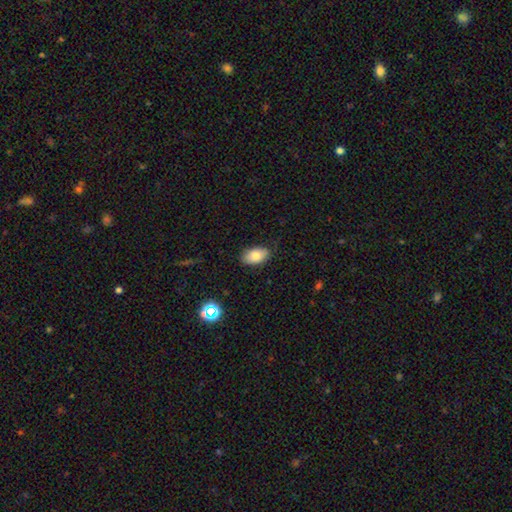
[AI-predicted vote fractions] smooth-or-featured: smooth: 81% | featured or disk: 11% | star or artifact: 8%
  how-rounded: in between: 93% | round: 6% | cigar-shaped: 2%
  merging: none: 82% | minor disturbance: 14% | major disturbance: 3% | merger: 1%